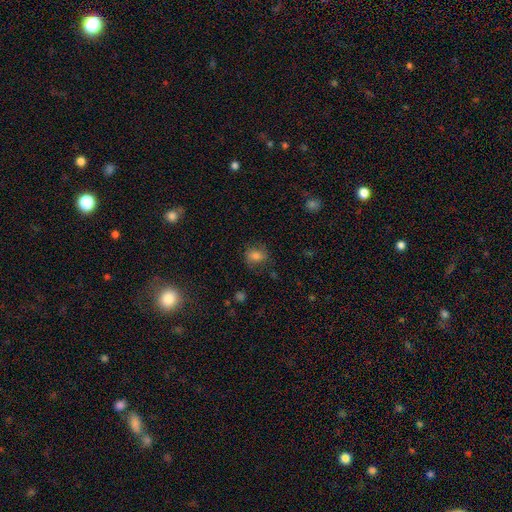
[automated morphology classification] A smooth galaxy with no disk features (76%) that is round (56%).

Vote fractions:
- Smooth or featured? smooth: 76% / star or artifact: 12% / featured or disk: 12%
- How rounded? round: 56% / in between: 42% / cigar-shaped: 1%
- Merging? none: 73% / minor disturbance: 19% / major disturbance: 7% / merger: 1%